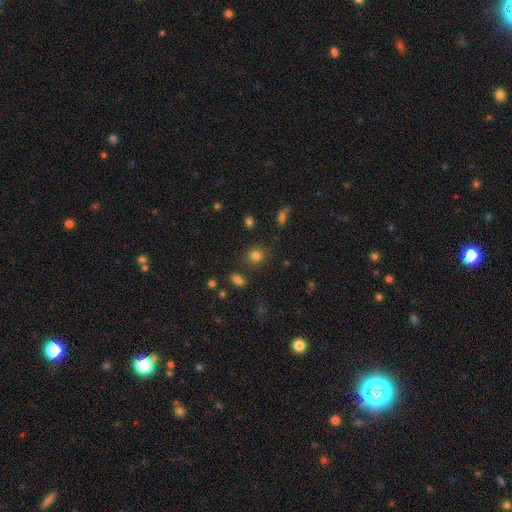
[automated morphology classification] Q: Smooth or featured?
A: smooth (80%); runner-up: star or artifact (13%)
Q: How rounded?
A: round (79%); runner-up: in between (20%)
Q: Merging?
A: none (84%); runner-up: minor disturbance (9%)